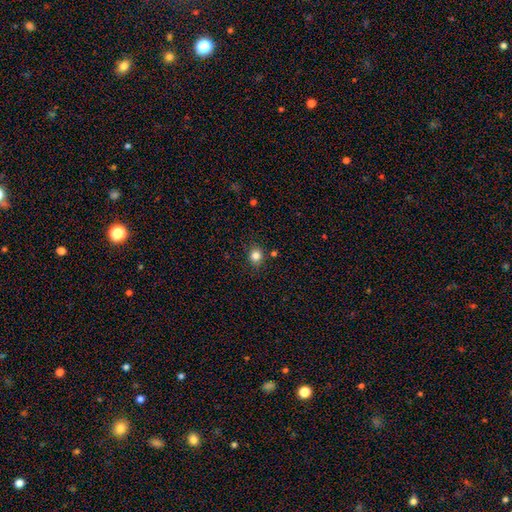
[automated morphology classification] type=smooth (83%); roundness=round (85%); merging=none (85%).